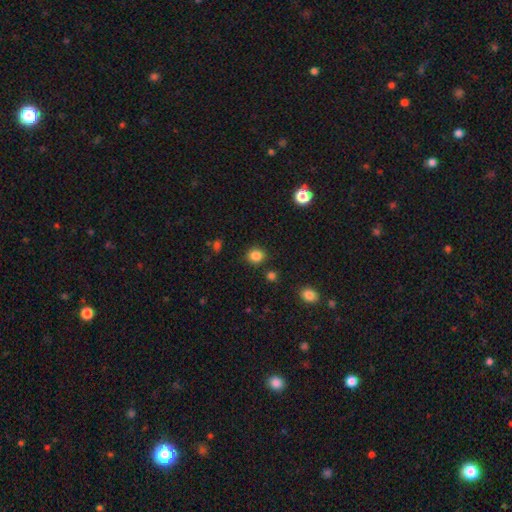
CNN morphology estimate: The model was most divided on "how rounded": round: 74%, in between: 25%, cigar-shaped: 1%. More confident: merging — none (86%); smooth or featured — smooth (85%).